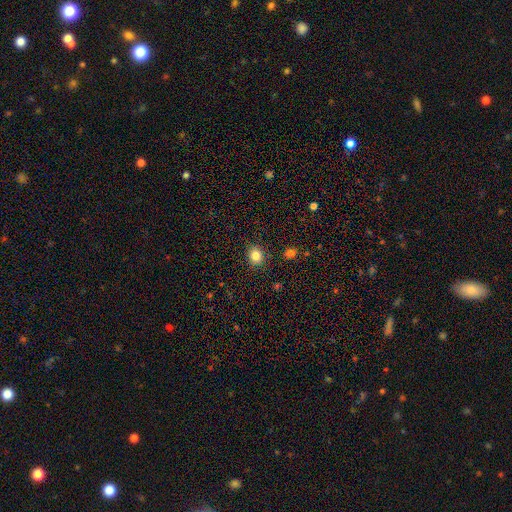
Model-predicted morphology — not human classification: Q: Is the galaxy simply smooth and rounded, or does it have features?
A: smooth — 83%.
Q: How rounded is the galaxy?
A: round — 70%.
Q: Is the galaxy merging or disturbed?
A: none — 88%.